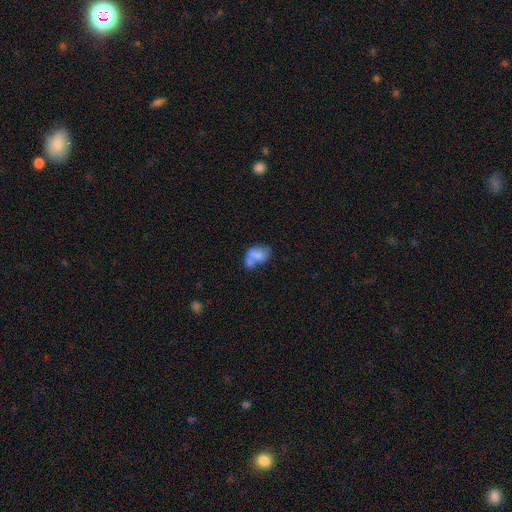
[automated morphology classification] Q: Smooth or featured?
A: smooth (60%); runner-up: featured or disk (31%)
Q: How rounded?
A: in between (79%); runner-up: round (20%)
Q: Merging?
A: merger (48%); runner-up: none (24%)